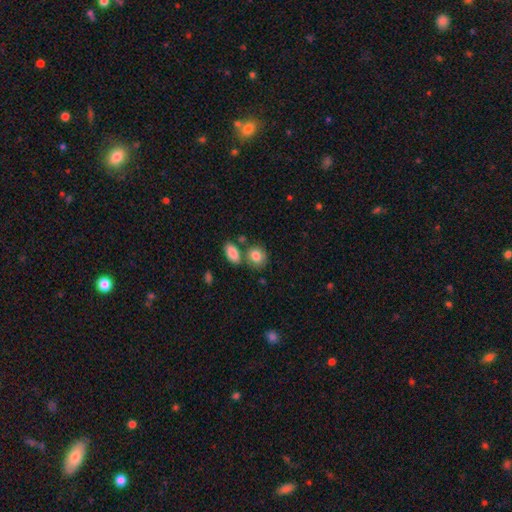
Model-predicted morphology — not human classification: A smooth galaxy with no disk features (83%) that is round (54%).

Vote fractions:
- Smooth or featured? smooth: 83% / featured or disk: 9% / star or artifact: 8%
- How rounded? round: 54% / in between: 44% / cigar-shaped: 2%
- Merging? none: 60% / merger: 23% / minor disturbance: 13% / major disturbance: 4%